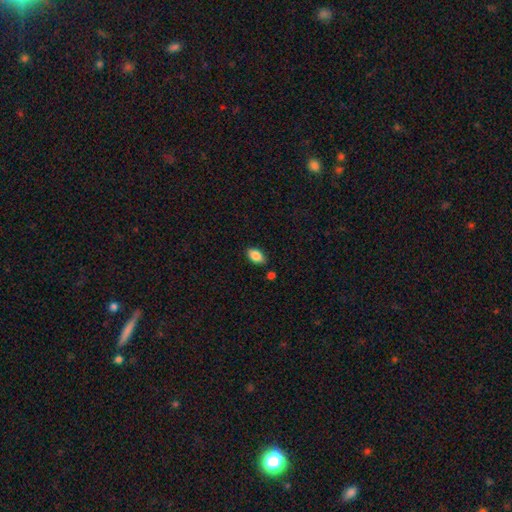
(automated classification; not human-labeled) This appears to be a smooth galaxy with no disk features (86%) that is in between round and cigar-shaped (92%). Merging: none (82%).